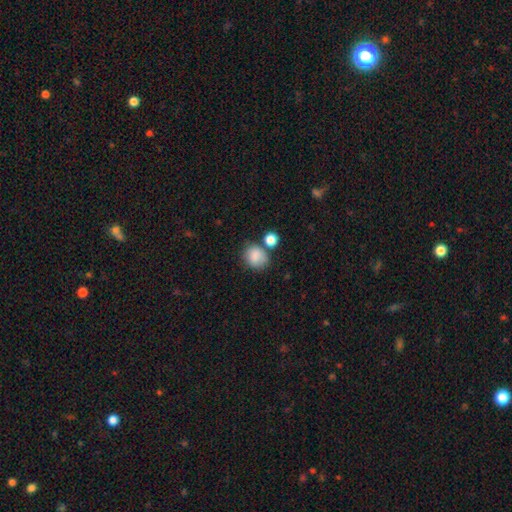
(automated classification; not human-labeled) Smooth or featured: smooth — 85% (star or artifact — 9%)
How rounded: round — 72% (in between — 27%)
Merging: none — 62% (merger — 16%)